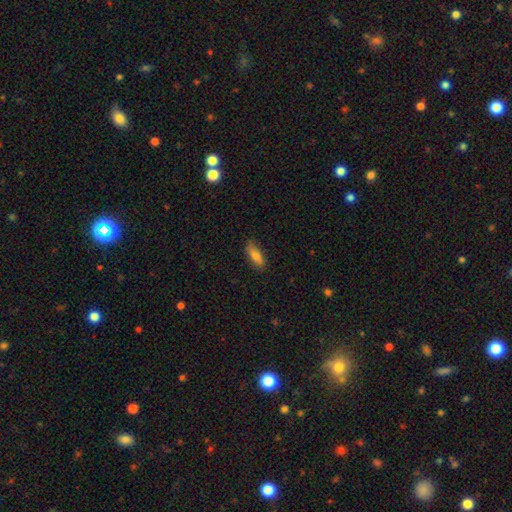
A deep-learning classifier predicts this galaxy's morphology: type=smooth (80%); roundness=in between (72%); merging=none (82%).